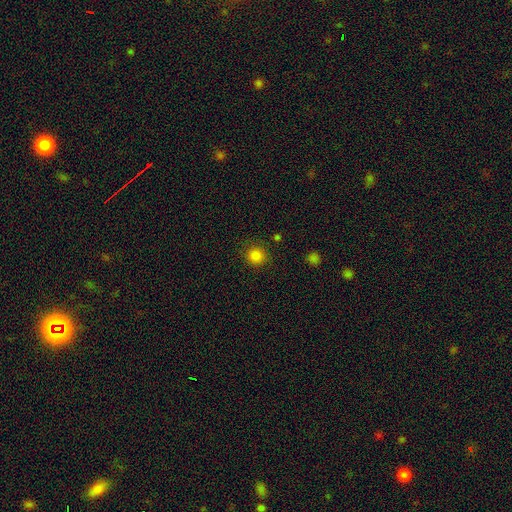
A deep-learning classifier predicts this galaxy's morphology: Q: Smooth or featured?
A: smooth (84%); runner-up: star or artifact (13%)
Q: How rounded?
A: round (92%); runner-up: in between (7%)
Q: Merging?
A: none (87%); runner-up: minor disturbance (8%)